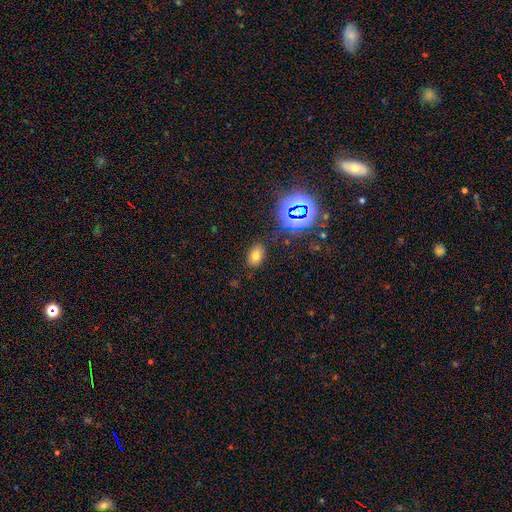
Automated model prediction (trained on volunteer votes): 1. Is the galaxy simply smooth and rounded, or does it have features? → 67% smooth, 22% star or artifact, 11% featured or disk.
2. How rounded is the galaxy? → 82% in between, 17% round, 1% cigar-shaped.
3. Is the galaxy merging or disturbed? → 83% none, 11% minor disturbance, 4% major disturbance, 2% merger.